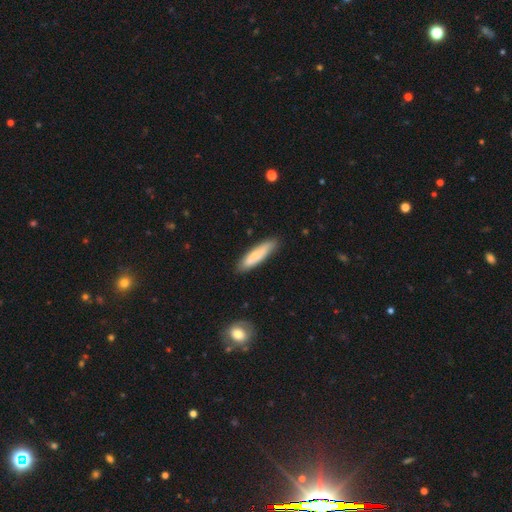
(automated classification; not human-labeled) Smooth or featured? Predicted: smooth (p=0.70). How rounded? Predicted: cigar-shaped (p=0.72). Merging? Predicted: none (p=0.84).